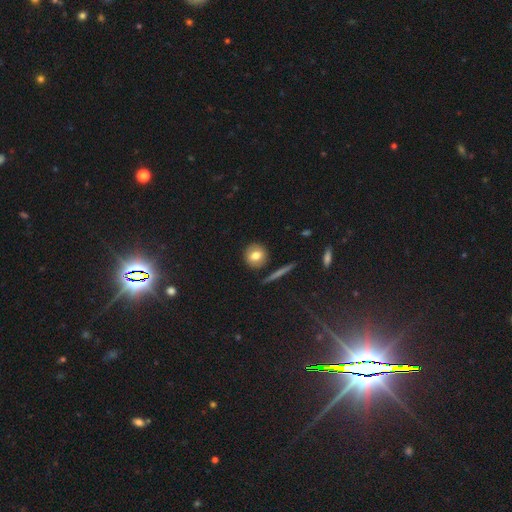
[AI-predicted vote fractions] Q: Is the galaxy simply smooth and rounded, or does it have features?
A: smooth — 75%.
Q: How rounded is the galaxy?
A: round — 87%.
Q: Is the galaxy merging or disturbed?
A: none — 85%.